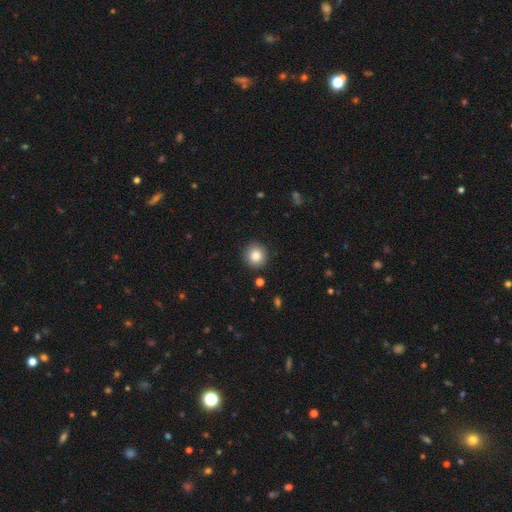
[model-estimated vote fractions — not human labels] Morphology: type=smooth (85%); roundness=round (92%); merging=none (91%).